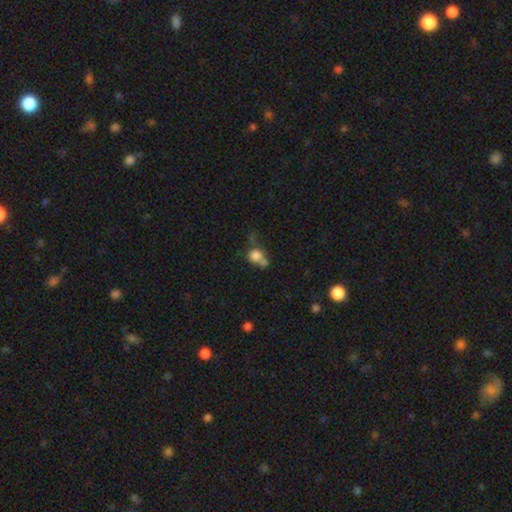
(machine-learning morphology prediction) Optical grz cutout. It shows a smooth galaxy with no disk features (73%) that is round (73%). Merging: merger (37%).